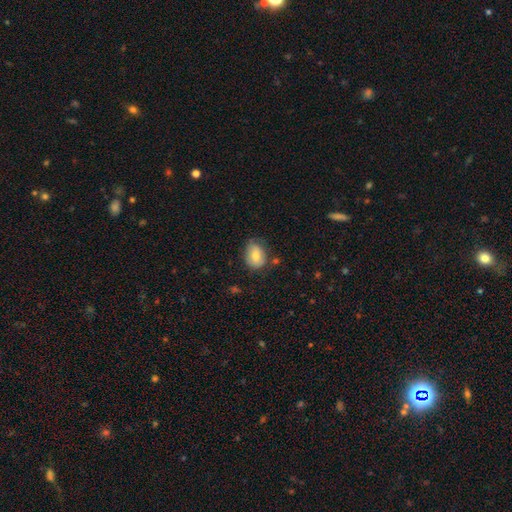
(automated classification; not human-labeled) Smooth or featured? Predicted: smooth (p=0.75). How rounded? Predicted: in between (p=0.67). Merging? Predicted: none (p=0.64).